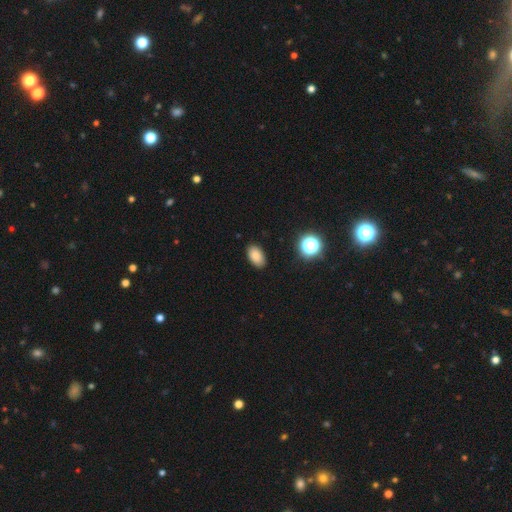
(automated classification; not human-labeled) The model was most divided on "smooth or featured": smooth: 84%, star or artifact: 11%, featured or disk: 5%. More confident: how rounded — in between (92%); merging — none (88%).